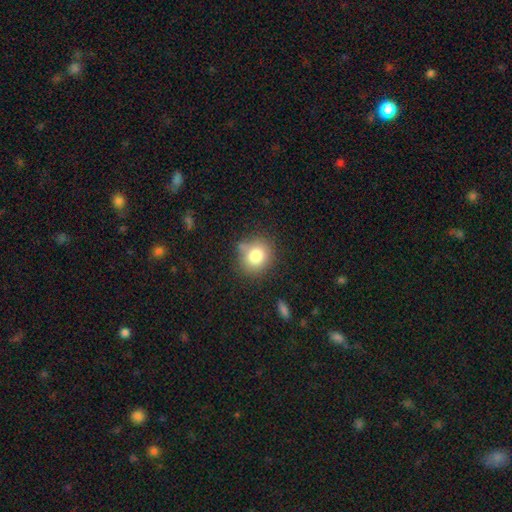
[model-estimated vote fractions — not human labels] Smooth or featured? Predicted: smooth (p=0.81). How rounded? Predicted: round (p=0.78). Merging? Predicted: none (p=0.72).